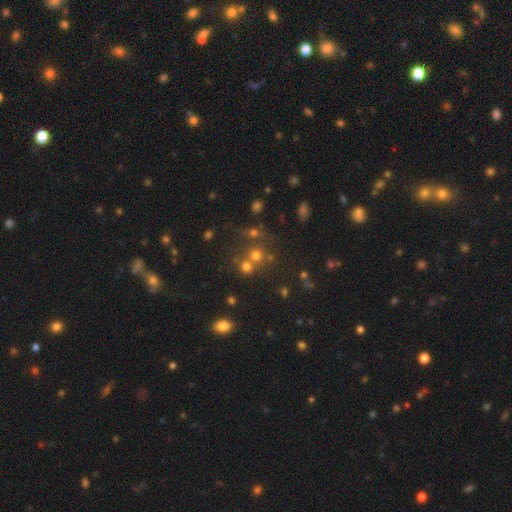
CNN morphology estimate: Smooth or featured? Predicted: smooth (p=0.60). How rounded? Predicted: round (p=0.87). Merging? Predicted: none (p=0.53).